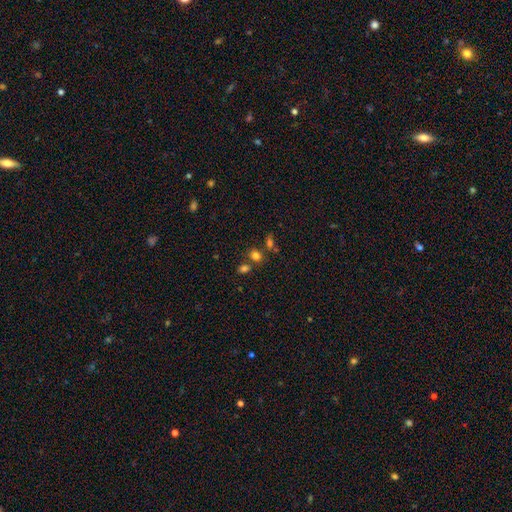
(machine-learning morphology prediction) This is likely a smooth galaxy (76%). How rounded: possibly in between (52%). Merging: likely none (62%).